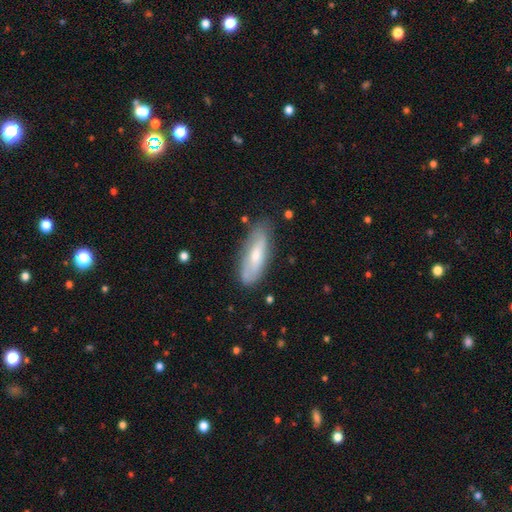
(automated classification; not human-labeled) A smooth galaxy with no disk features (51%) that is in between round and cigar-shaped (62%). Merging: none (77%).